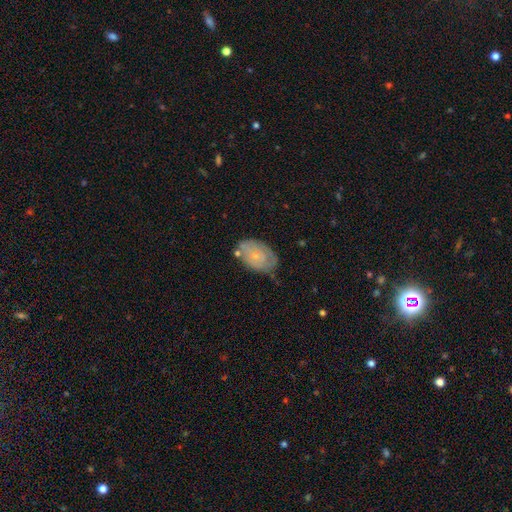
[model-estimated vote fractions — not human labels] Smooth or featured? Predicted: featured or disk (p=0.52). Edge-on disk? Predicted: no (p=0.95). Merging? Predicted: none (p=0.57).